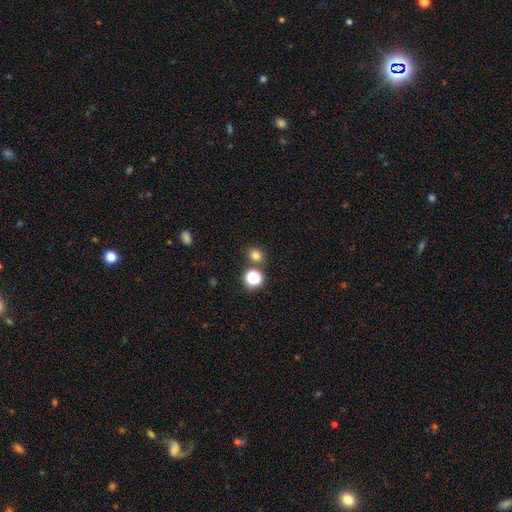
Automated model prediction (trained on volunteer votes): Smooth or featured? smooth (76%)
How rounded? round (70%)
Merging? none (76%)